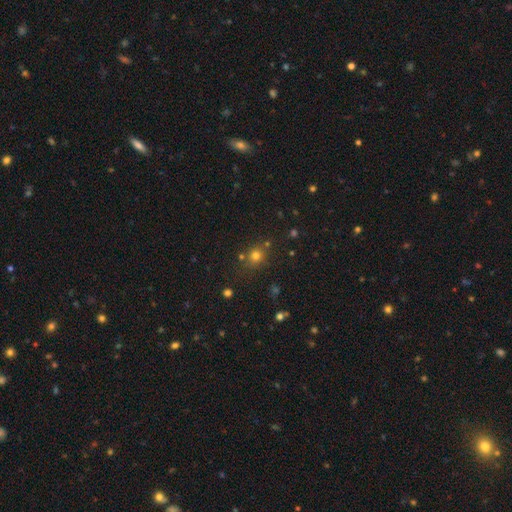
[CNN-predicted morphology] Smooth or featured? Predicted: smooth (p=0.73). How rounded? Predicted: round (p=0.79). Merging? Predicted: none (p=0.76).